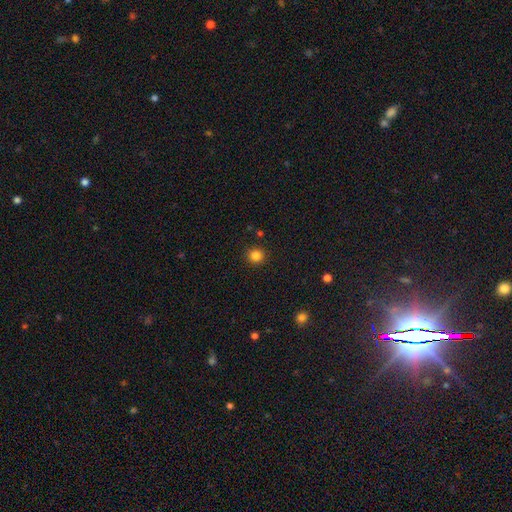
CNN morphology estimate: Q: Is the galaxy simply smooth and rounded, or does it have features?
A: smooth — 84%.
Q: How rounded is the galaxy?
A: round — 93%.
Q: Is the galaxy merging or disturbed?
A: none — 92%.